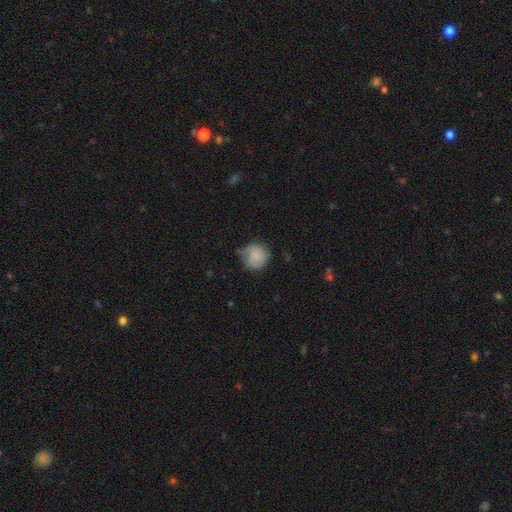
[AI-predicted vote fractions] Overall: smooth (69%). How rounded: round (88%). Merging: none (61%; minor disturbance 28%).